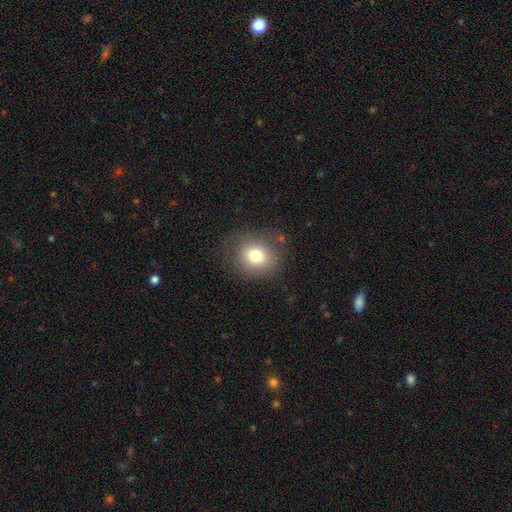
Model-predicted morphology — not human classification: A smooth galaxy with no disk features (77%) that is round (75%). Merging: none (80%).